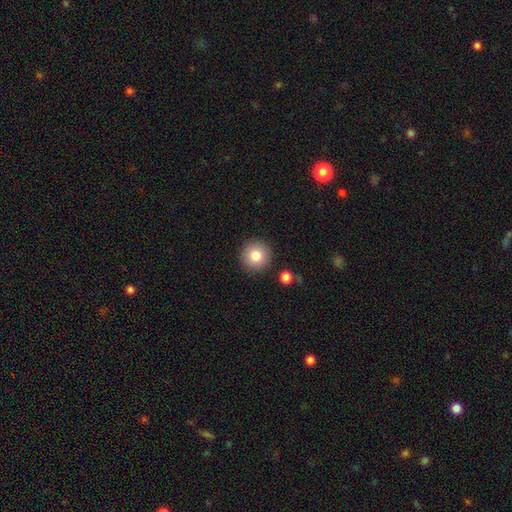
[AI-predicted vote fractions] Overall: smooth (82%). How rounded: round (95%). Merging: none (89%).